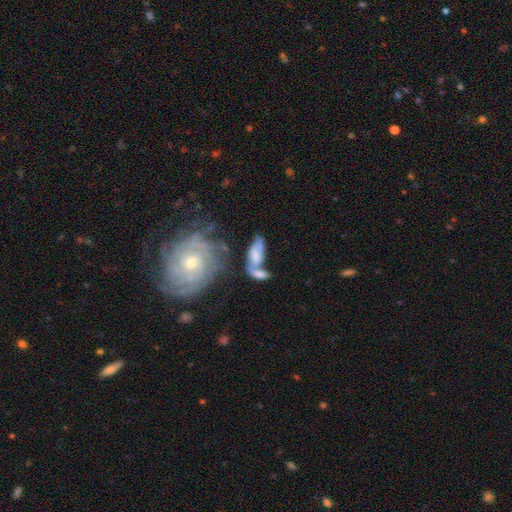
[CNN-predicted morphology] This is possibly a featured or disk galaxy (50%). It is clearly not viewed edge-on (89%). Merging: possibly merger (52%).